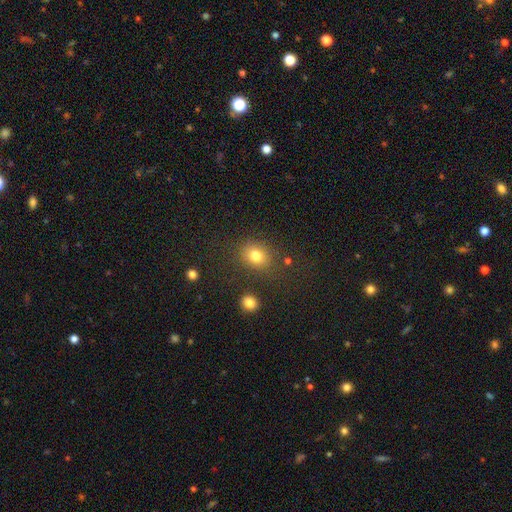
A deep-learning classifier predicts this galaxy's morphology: The model was most divided on "how rounded": round: 56%, in between: 43%, cigar-shaped: 1%. More confident: smooth or featured — smooth (80%); merging — none (79%).